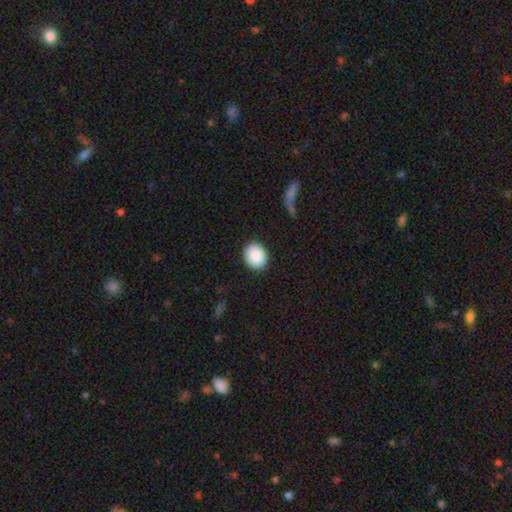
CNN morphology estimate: A smooth galaxy with no disk features (89%) that is round (70%). Merging: none (89%).